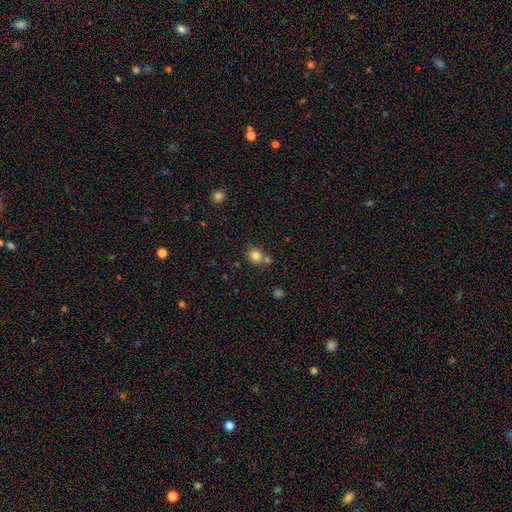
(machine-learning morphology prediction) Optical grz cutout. It shows a smooth galaxy with no disk features (81%) that is round (75%). Merging: none (57%).